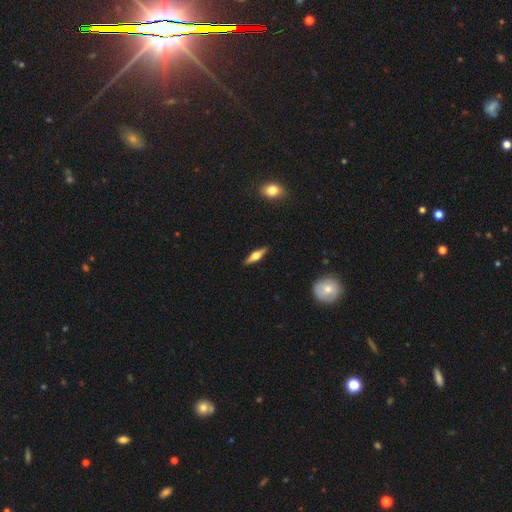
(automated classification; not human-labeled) Smooth or featured? Predicted: featured or disk (p=0.58). Edge-on disk? Predicted: yes (p=0.95). Edge-on bulge? Predicted: rounded (p=0.92). Merging? Predicted: none (p=0.90).